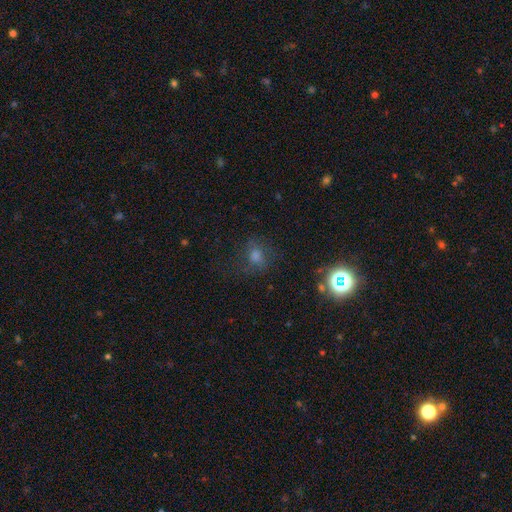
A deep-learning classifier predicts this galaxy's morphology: Overall: smooth (50%; star or artifact 32%). Merging: none (68%).